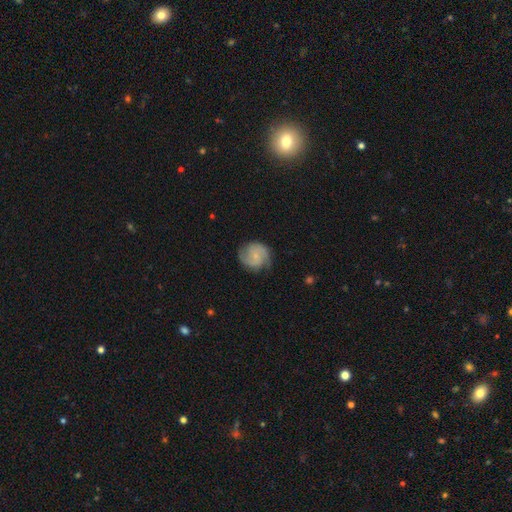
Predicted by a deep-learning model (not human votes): A featured or disk galaxy (62%) with no bar (66%), 2 (76%) medium (44%) spiral arms (92%) and a small central bulge (71%).

Vote fractions:
- Smooth or featured? featured or disk: 62% / smooth: 31% / star or artifact: 7%
- Edge-on disk? no: 98% / yes: 2%
- Bar? no: 66% / weak: 29% / strong: 5%
- Spiral arms? yes: 92% / no: 8%
- Spiral winding? medium: 44% / tight: 36% / loose: 19%
- Spiral arm count? 2: 76% / can't tell: 12% / 3: 6% / 1: 3% / 4: 2% / more than 4: 2%
- Bulge size? small: 71% / moderate: 16% / none: 11% / large: 1% / dominant: 1%
- Merging? none: 73% / minor disturbance: 19% / major disturbance: 7% / merger: 1%